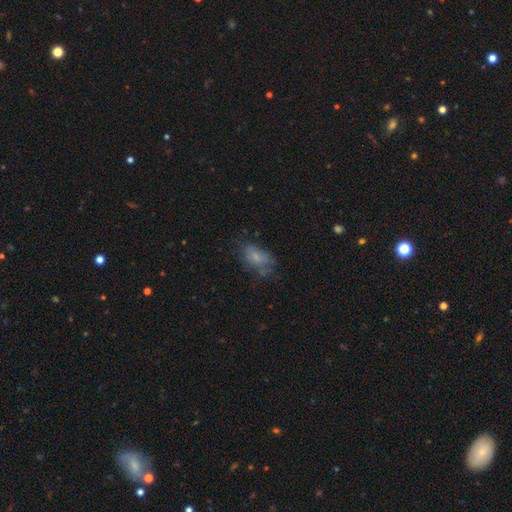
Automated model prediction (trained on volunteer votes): Smooth or featured? smooth (60%)
How rounded? in between (85%)
Merging? none (53%)